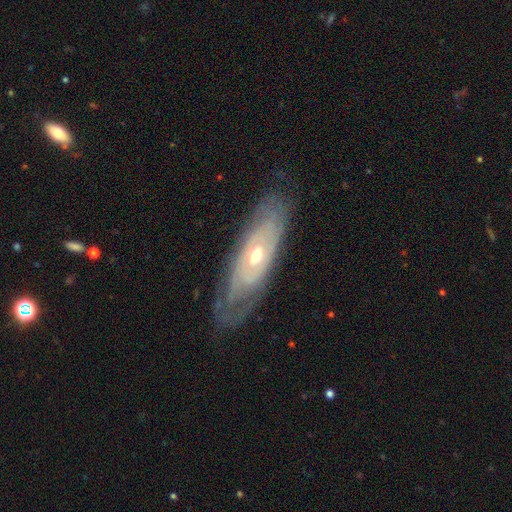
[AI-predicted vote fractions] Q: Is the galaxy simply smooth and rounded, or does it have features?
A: featured or disk — 78%.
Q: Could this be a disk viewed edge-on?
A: no — 79%.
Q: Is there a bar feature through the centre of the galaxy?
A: no — 75%.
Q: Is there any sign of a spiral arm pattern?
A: yes — 69%.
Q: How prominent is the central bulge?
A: moderate — 62%.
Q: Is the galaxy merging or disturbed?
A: none — 72%.